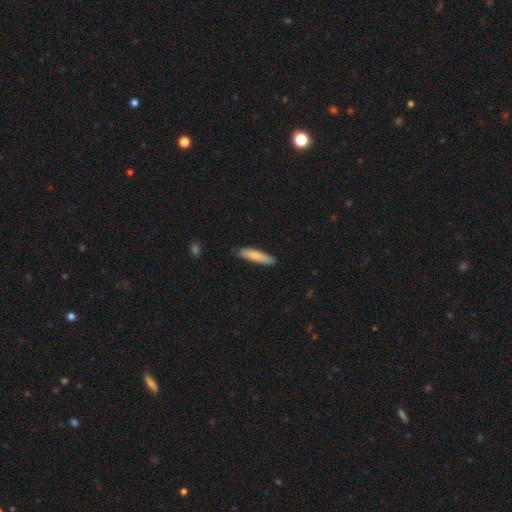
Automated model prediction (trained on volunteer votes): A smooth galaxy with no disk features (79%) that is cigar-shaped (82%). Merging: none (79%).